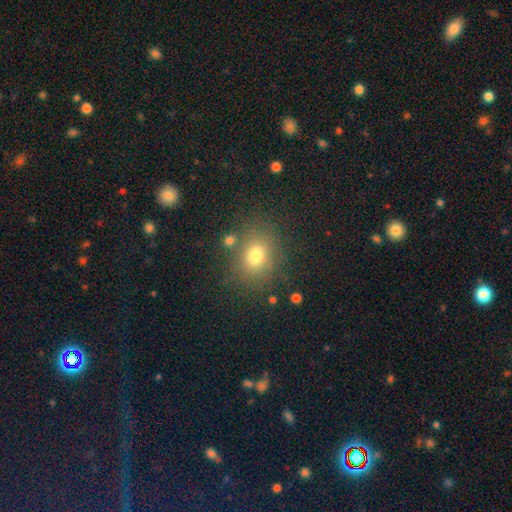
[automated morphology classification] smooth_or_featured: smooth (p=0.73) [alt: star or artifact p=0.16]
how_rounded: round (p=0.57) [alt: in between p=0.42]
merging: none (p=0.77) [alt: minor disturbance p=0.12]